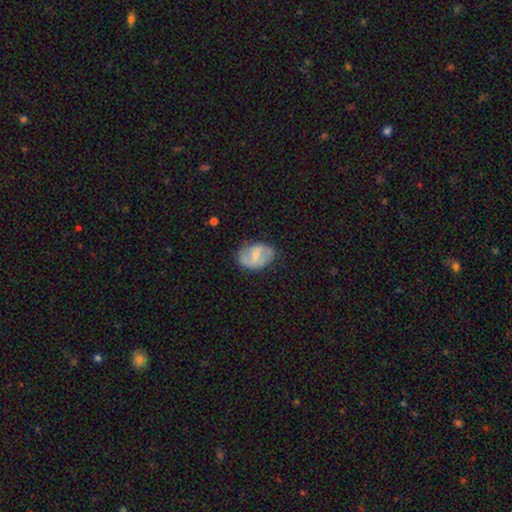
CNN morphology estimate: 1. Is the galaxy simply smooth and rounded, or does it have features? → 58% featured or disk, 36% smooth, 6% star or artifact.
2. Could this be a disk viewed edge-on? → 97% no, 3% yes.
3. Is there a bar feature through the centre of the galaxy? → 53% weak, 27% no, 19% strong.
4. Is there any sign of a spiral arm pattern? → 76% yes, 24% no.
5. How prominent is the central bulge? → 52% small, 39% moderate, 6% none, 2% large, 1% dominant.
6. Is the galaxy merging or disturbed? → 70% none, 22% minor disturbance, 6% major disturbance, 2% merger.